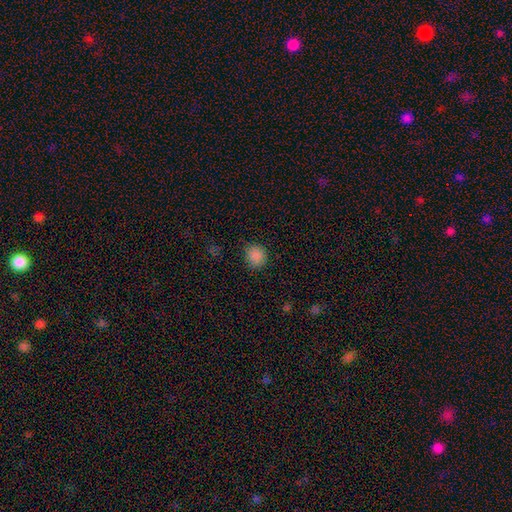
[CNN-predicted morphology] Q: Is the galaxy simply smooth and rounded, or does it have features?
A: smooth — 86%.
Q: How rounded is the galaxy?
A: round — 83%.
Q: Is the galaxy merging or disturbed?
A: none — 87%.